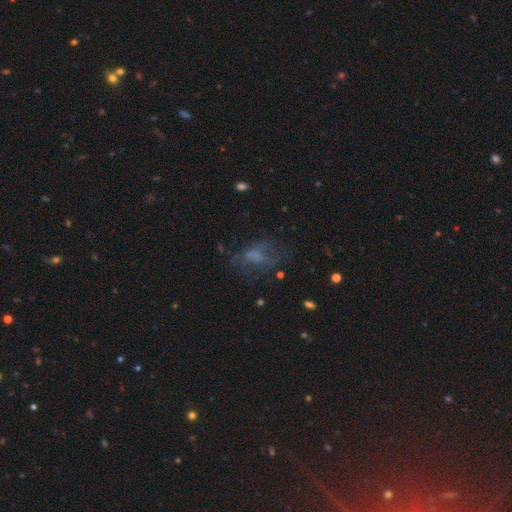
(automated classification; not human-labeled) smooth-or-featured: featured or disk: 40% | smooth: 39% | star or artifact: 21%
  merging: none: 44% | major disturbance: 33% | minor disturbance: 20% | merger: 3%